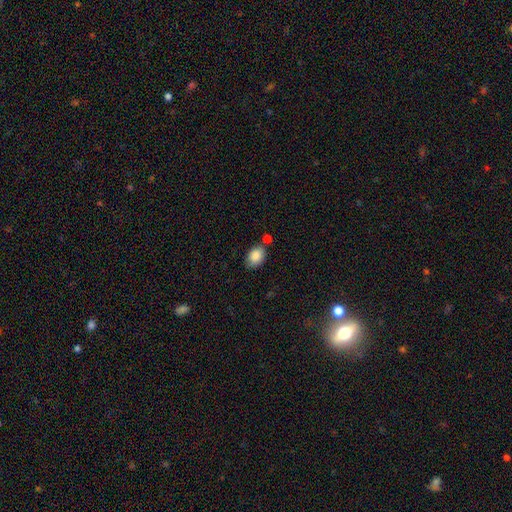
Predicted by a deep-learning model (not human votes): This is clearly a smooth galaxy (87%). How rounded: likely in between (76%). Merging: likely none (64%).